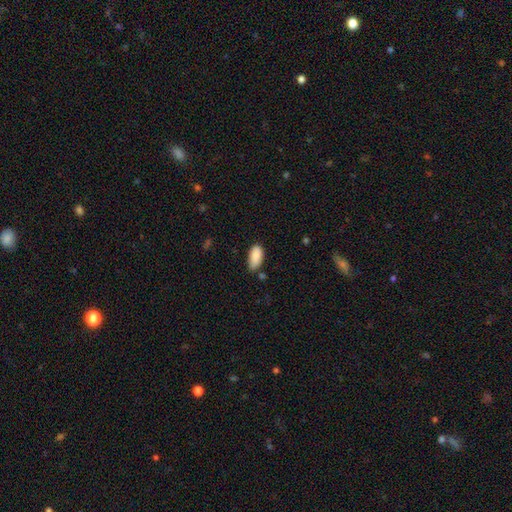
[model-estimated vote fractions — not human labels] A smooth galaxy with no disk features (88%) that is in between round and cigar-shaped (92%). Merging: none (63%).